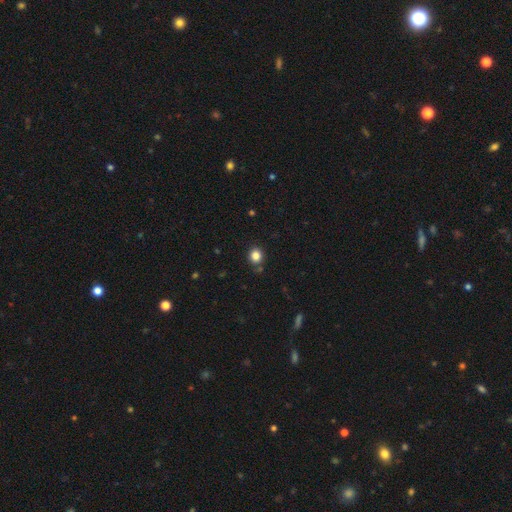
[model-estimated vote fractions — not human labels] Morphology: type=smooth (83%); roundness=round (82%); merging=none (83%).